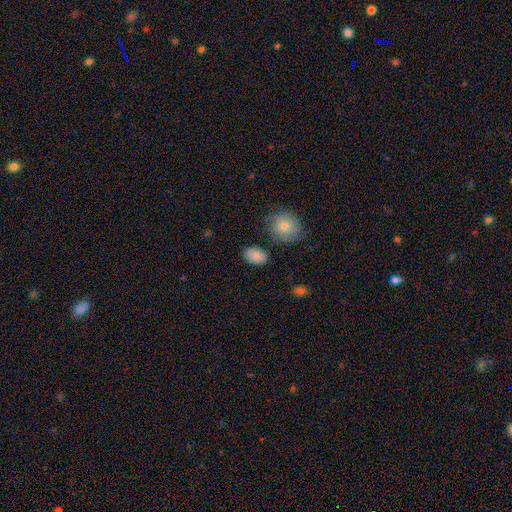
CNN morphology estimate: A smooth galaxy with no disk features (87%) that is in between round and cigar-shaped (86%). Merging: none (78%).